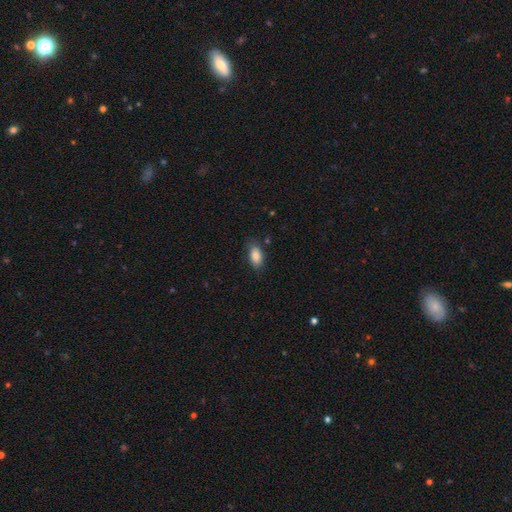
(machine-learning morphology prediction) Smooth or featured? smooth (86%)
How rounded? in between (91%)
Merging? none (79%)